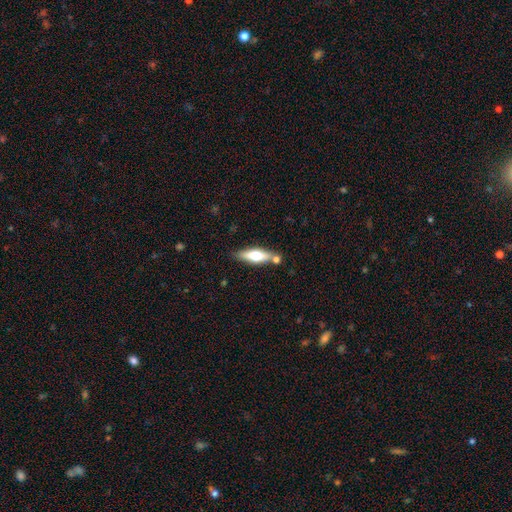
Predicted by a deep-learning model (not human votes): Morphology: type=smooth (54%); roundness=cigar-shaped (51%); merging=none (71%).